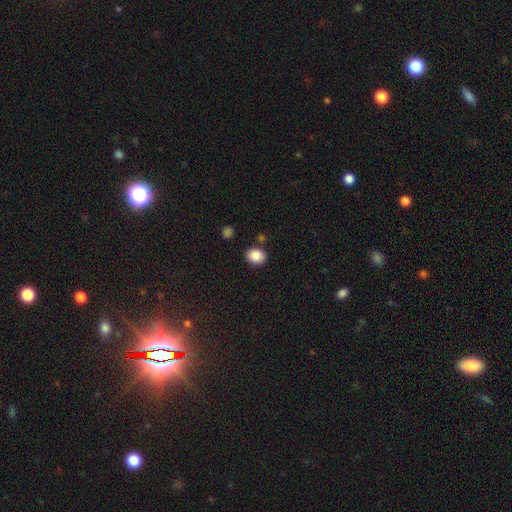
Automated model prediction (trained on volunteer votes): Smooth or featured? smooth (87%)
How rounded? round (50%, tied with in between)
Merging? none (84%)